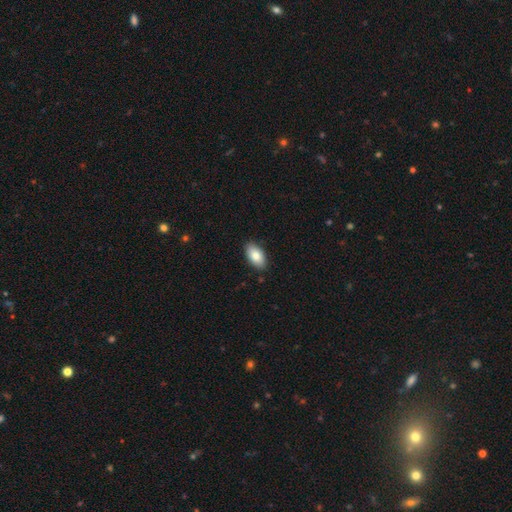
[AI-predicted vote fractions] smooth-or-featured: smooth: 85% | featured or disk: 9% | star or artifact: 7%
  how-rounded: in between: 95% | round: 3% | cigar-shaped: 2%
  merging: none: 88% | minor disturbance: 9% | major disturbance: 2% | merger: 1%